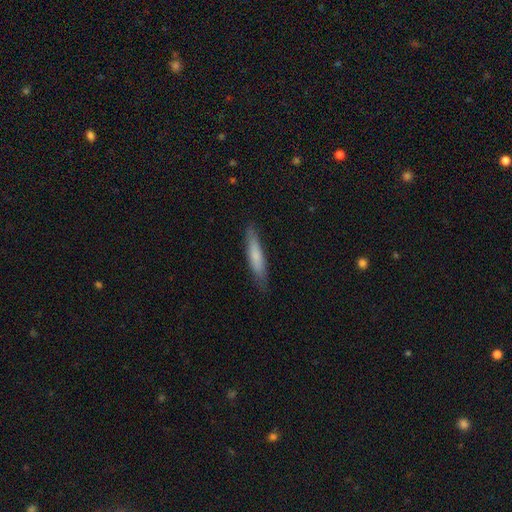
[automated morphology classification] A smooth galaxy with no disk features (72%) that is cigar-shaped (89%). Merging: none (85%).